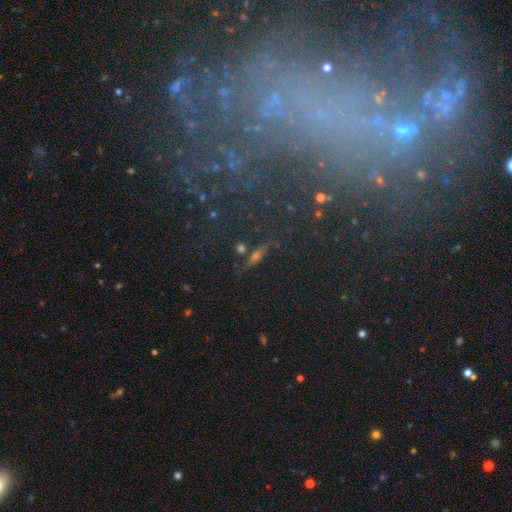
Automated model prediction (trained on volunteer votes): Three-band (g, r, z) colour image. It shows a featured or disk galaxy (50%). Merging: none (79%).